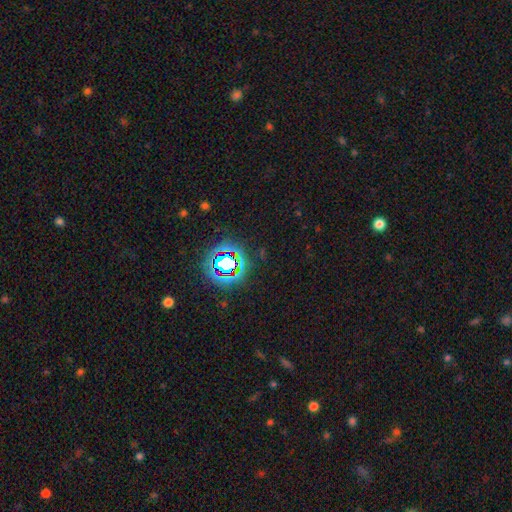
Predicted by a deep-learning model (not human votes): Smooth or featured?
  - star or artifact: 75% *
  - smooth: 15%
  - featured or disk: 10%